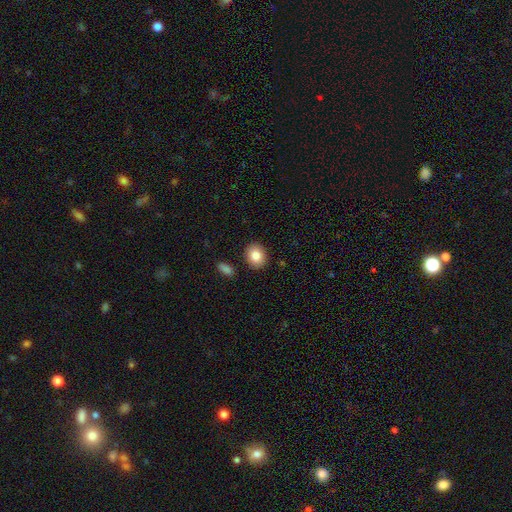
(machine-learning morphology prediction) Smooth or featured? Predicted: smooth (p=0.83). How rounded? Predicted: round (p=0.53). Merging? Predicted: none (p=0.88).